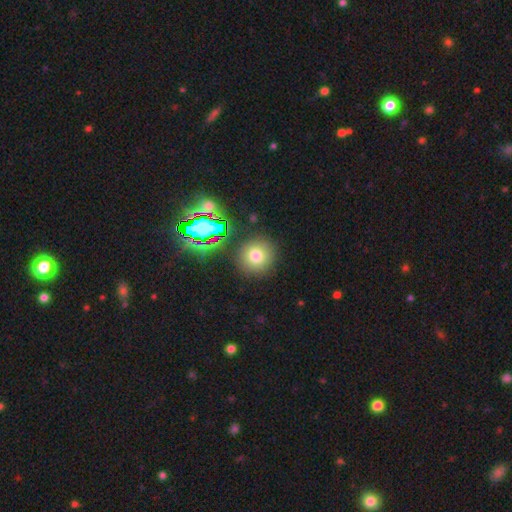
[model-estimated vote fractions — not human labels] smooth_or_featured: smooth (p=0.72) [alt: star or artifact p=0.18]
how_rounded: round (p=0.93) [alt: in between p=0.06]
merging: none (p=0.88) [alt: minor disturbance p=0.07]